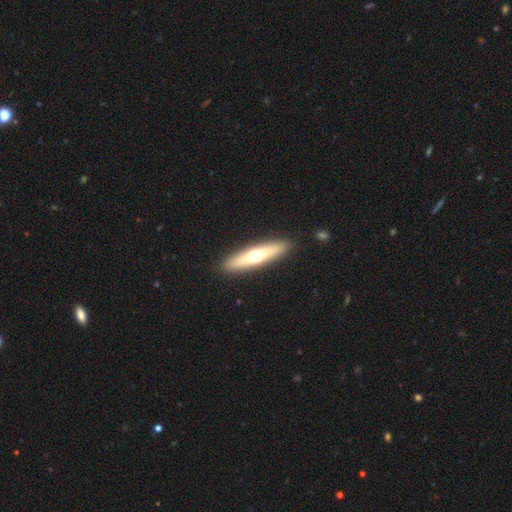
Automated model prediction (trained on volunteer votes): Q: Smooth or featured?
A: smooth (49%); runner-up: featured or disk (46%)
Q: Merging?
A: none (90%); runner-up: minor disturbance (7%)